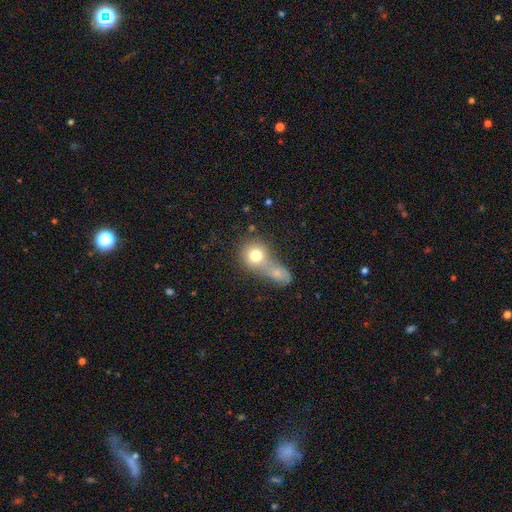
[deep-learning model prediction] Smooth or featured? smooth (76%)
How rounded? round (77%)
Merging? merger (60%)